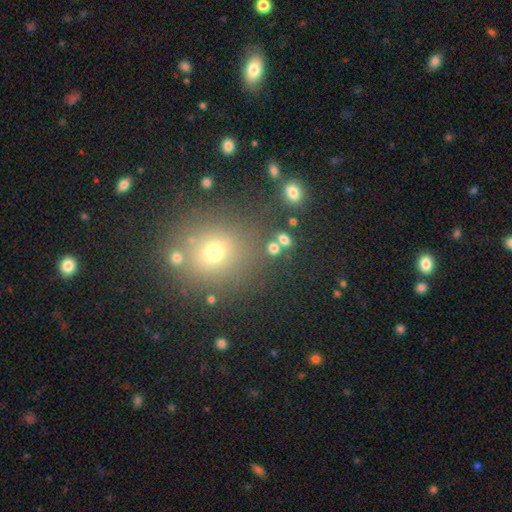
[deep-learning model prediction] A smooth galaxy with no disk features (57%) that is round (81%).

Vote fractions:
- Smooth or featured? smooth: 57% / star or artifact: 32% / featured or disk: 11%
- How rounded? round: 81% / in between: 18% / cigar-shaped: 1%
- Merging? none: 81% / minor disturbance: 8% / merger: 7% / major disturbance: 4%